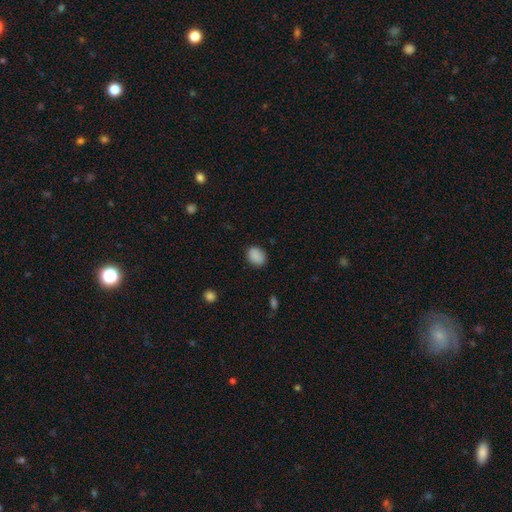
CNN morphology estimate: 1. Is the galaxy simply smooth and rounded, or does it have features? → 88% smooth, 8% star or artifact, 3% featured or disk.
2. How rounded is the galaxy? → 62% in between, 37% round, 1% cigar-shaped.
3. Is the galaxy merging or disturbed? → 84% none, 12% minor disturbance, 3% major disturbance, 1% merger.